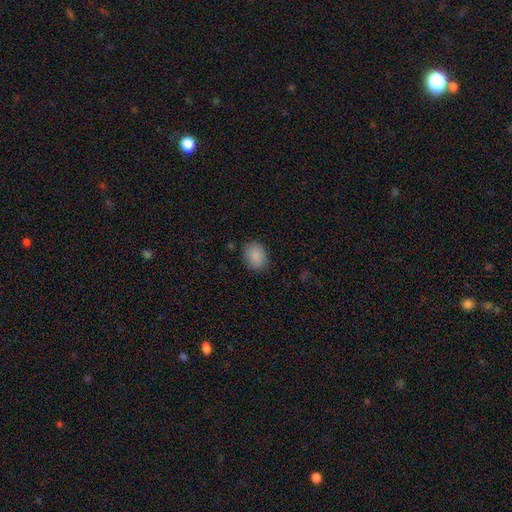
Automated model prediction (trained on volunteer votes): smooth_or_featured: smooth (p=0.88) [alt: star or artifact p=0.08]
how_rounded: in between (p=0.72) [alt: round p=0.27]
merging: none (p=0.84) [alt: minor disturbance p=0.12]